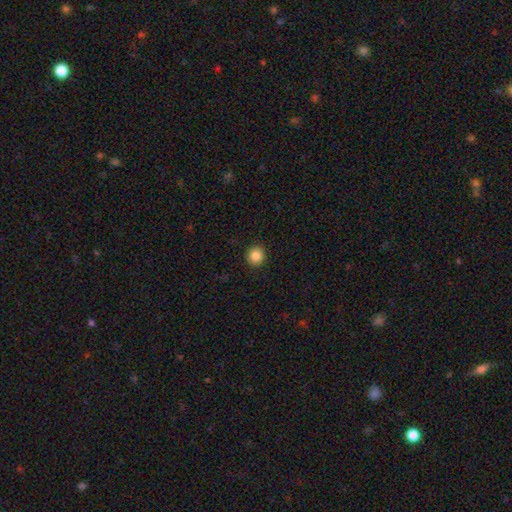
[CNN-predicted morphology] A smooth galaxy with no disk features (87%) that is round (91%).

Vote fractions:
- Smooth or featured? smooth: 87% / star or artifact: 10% / featured or disk: 3%
- How rounded? round: 91% / in between: 8% / cigar-shaped: 1%
- Merging? none: 92% / minor disturbance: 5% / major disturbance: 2% / merger: 1%